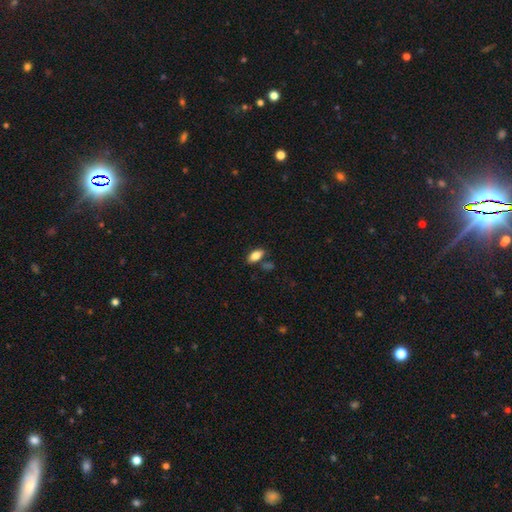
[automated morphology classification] This is clearly a smooth galaxy (82%). How rounded: clearly in between (89%). Merging: likely none (76%).